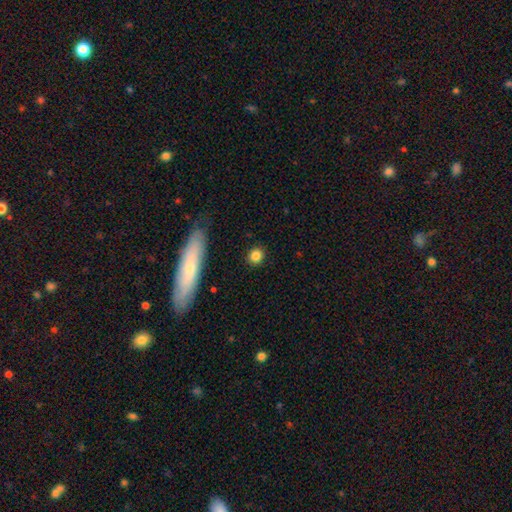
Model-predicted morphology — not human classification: A smooth galaxy with no disk features (84%) that is round (81%).

Vote fractions:
- Smooth or featured? smooth: 84% / star or artifact: 10% / featured or disk: 7%
- How rounded? round: 81% / in between: 16% / cigar-shaped: 3%
- Merging? none: 88% / minor disturbance: 8% / major disturbance: 2% / merger: 2%